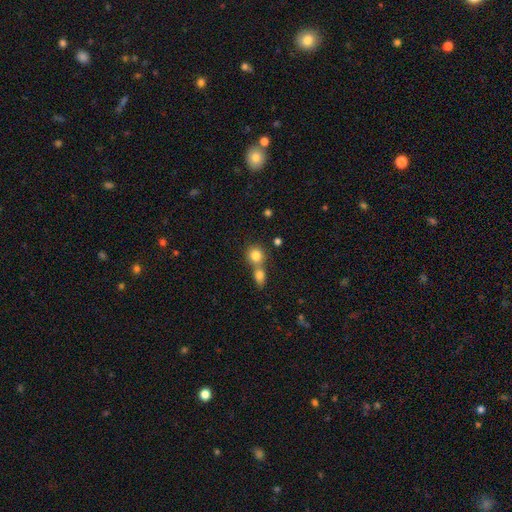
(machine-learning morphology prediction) Overall: smooth (81%). How rounded: round (83%). Merging: merger (47%; none 44%).